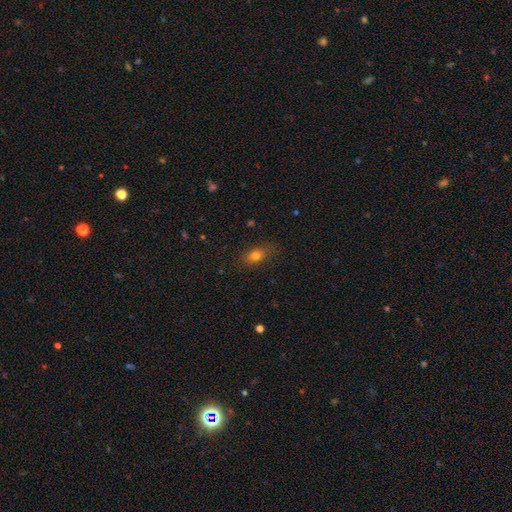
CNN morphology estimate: Smooth or featured? smooth (77%)
How rounded? in between (69%)
Merging? none (81%)